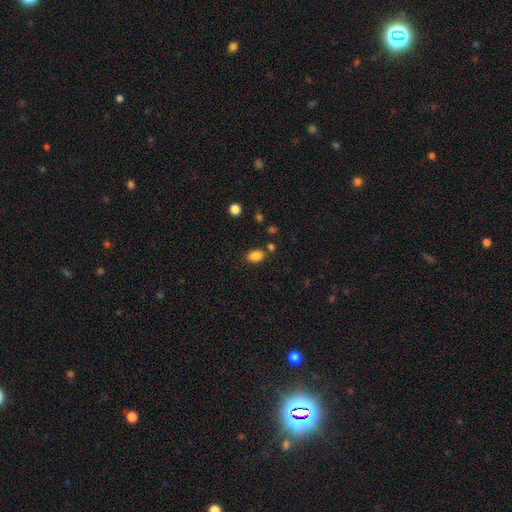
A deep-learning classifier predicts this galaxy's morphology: smooth-or-featured: smooth: 85% | star or artifact: 10% | featured or disk: 4%
  how-rounded: in between: 77% | round: 21% | cigar-shaped: 1%
  merging: none: 77% | minor disturbance: 12% | merger: 7% | major disturbance: 4%